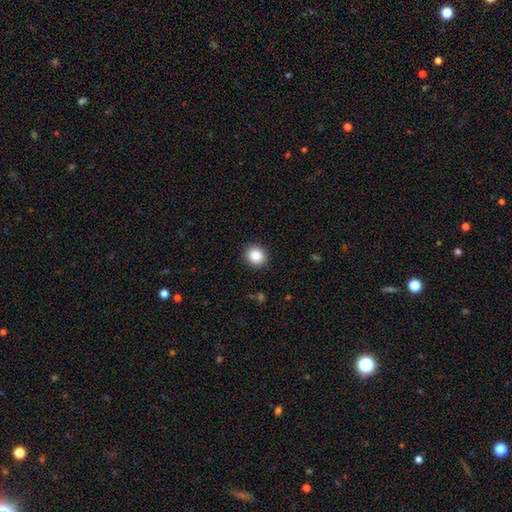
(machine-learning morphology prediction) Smooth or featured?
  - smooth: 88% *
  - star or artifact: 9%
  - featured or disk: 4%
How rounded?
  - round: 82% *
  - in between: 17%
  - cigar-shaped: 1%
Merging?
  - none: 90% *
  - minor disturbance: 7%
  - major disturbance: 2%
  - merger: 1%